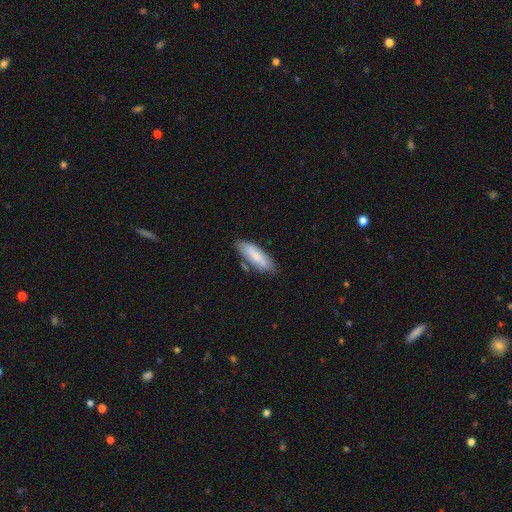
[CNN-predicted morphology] Overall: smooth (73%). How rounded: in between (58%; cigar-shaped 40%). Merging: none (68%).